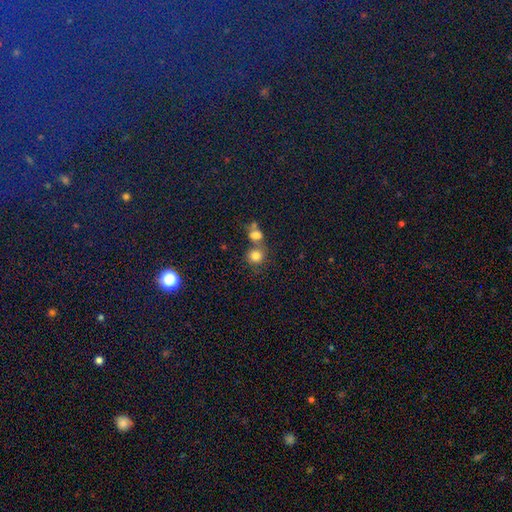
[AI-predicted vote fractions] A smooth galaxy with no disk features (79%) that is round (83%). Merging: none (49%).